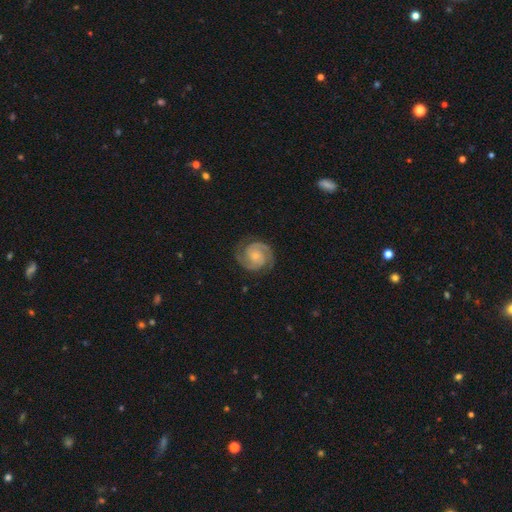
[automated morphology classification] A featured or disk galaxy (90%) with no bar (68%), 2 (90%) tight (55%) spiral arms (98%) and a small central bulge (65%). Merging: none (83%).